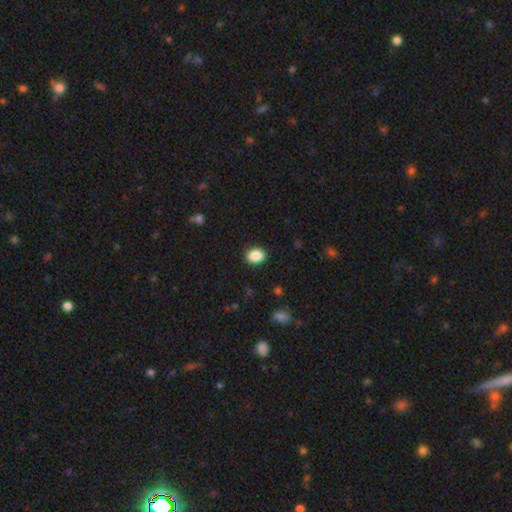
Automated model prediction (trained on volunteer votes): Smooth or featured? Predicted: smooth (p=0.88). How rounded? Predicted: in between (p=0.63). Merging? Predicted: none (p=0.89).